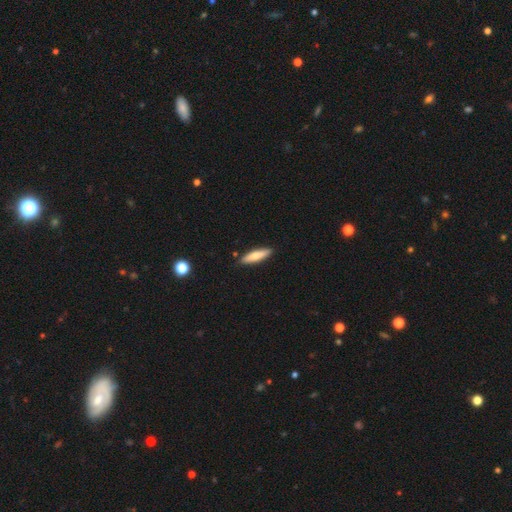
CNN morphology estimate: A smooth galaxy with no disk features (69%) that is cigar-shaped (70%). Merging: none (88%).